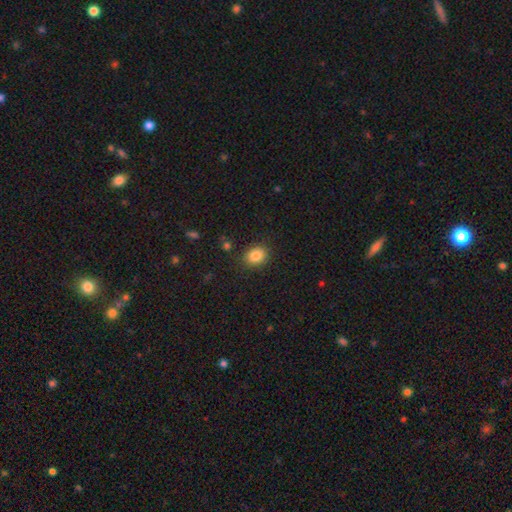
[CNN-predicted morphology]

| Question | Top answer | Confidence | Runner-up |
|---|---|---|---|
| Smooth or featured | smooth | 85% | star or artifact (10%) |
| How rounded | round | 52% | in between (47%) |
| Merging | none | 87% | minor disturbance (9%) |